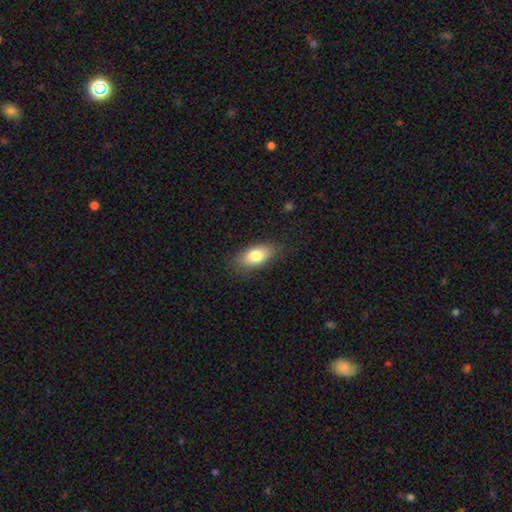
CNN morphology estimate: This is likely a smooth galaxy (79%). How rounded: clearly in between (88%). Merging: clearly none (83%).